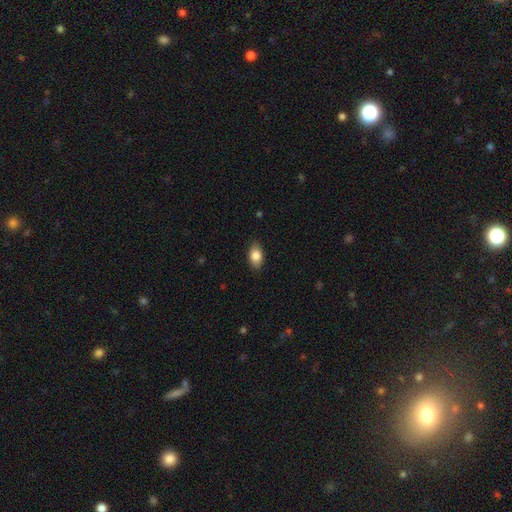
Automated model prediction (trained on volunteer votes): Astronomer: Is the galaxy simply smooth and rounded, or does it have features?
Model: smooth — 83%.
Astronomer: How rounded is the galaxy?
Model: in between — 89%.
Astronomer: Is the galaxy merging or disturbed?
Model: none — 86%.